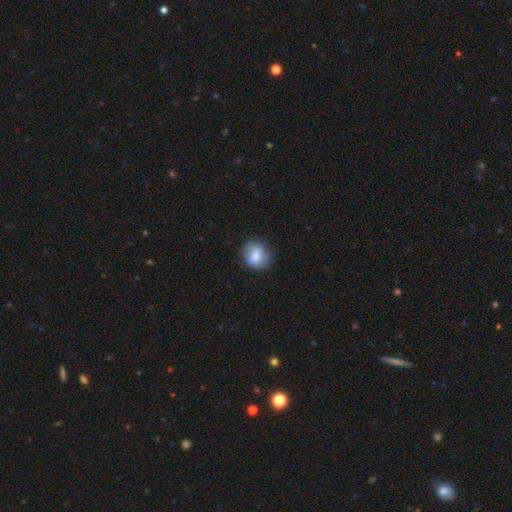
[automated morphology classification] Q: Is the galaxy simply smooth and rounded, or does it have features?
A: smooth — 71%.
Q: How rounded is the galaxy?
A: round — 60%.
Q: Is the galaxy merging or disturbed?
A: none — 76%.